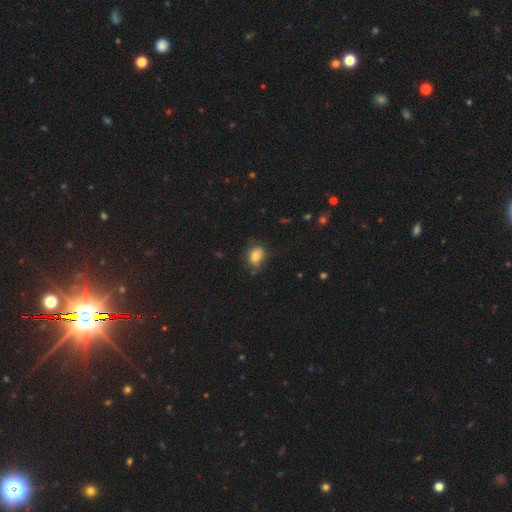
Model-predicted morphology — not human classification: Q: Smooth or featured?
A: smooth (80%); runner-up: featured or disk (11%)
Q: How rounded?
A: in between (68%); runner-up: round (30%)
Q: Merging?
A: none (58%); runner-up: minor disturbance (29%)